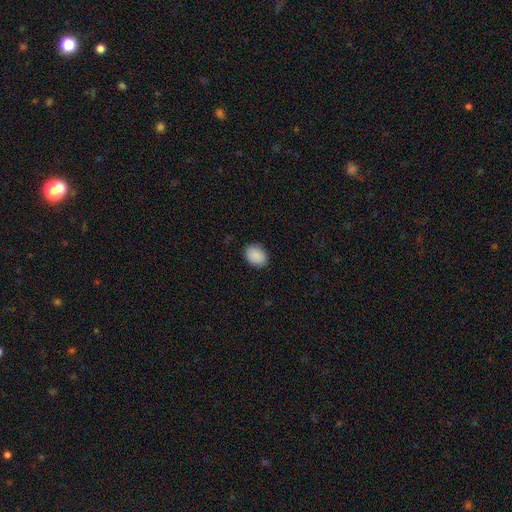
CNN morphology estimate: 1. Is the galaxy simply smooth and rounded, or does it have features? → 90% smooth, 7% star or artifact, 3% featured or disk.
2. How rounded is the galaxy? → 67% in between, 32% round, 1% cigar-shaped.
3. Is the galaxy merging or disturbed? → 86% none, 10% minor disturbance, 2% major disturbance, 1% merger.